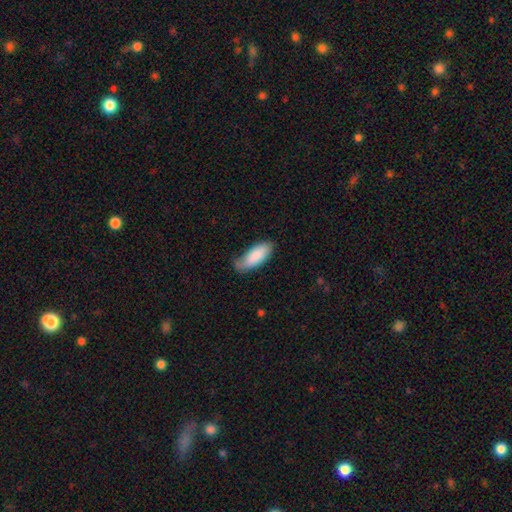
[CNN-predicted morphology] smooth 85%, featured or disk 10%, star or artifact 6%. Down the decision tree: how rounded — in between (81%); merging — none (58%).